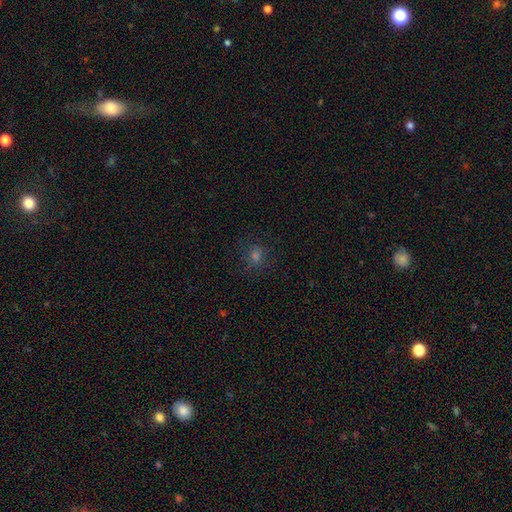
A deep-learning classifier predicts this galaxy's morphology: A smooth galaxy with no disk features (57%) that is round (81%). Merging: none (82%).